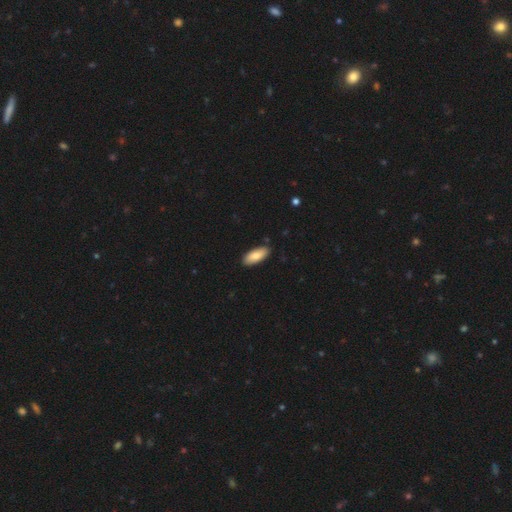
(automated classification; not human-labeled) This appears to be a smooth galaxy with no disk features (83%) that is in between round and cigar-shaped (86%). Merging: none (87%).